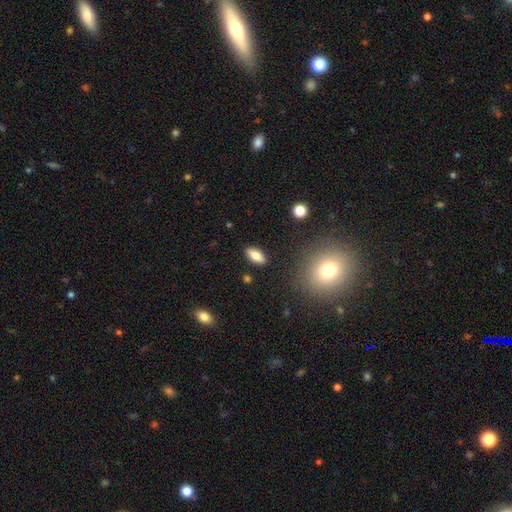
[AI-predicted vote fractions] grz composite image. It shows a smooth galaxy with no disk features (79%) that is in between round and cigar-shaped (86%). Merging: none (88%).